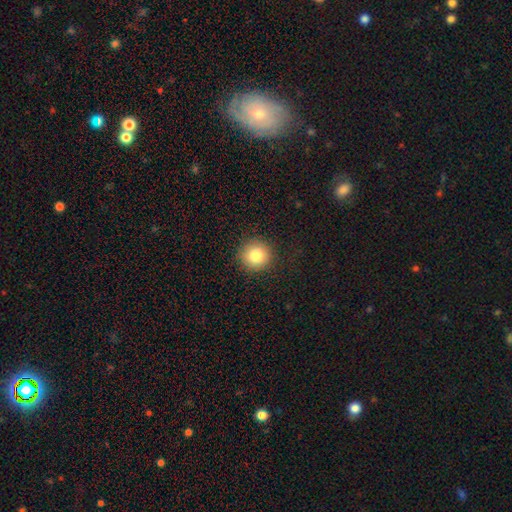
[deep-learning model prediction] Overall: smooth (83%). How rounded: round (93%). Merging: none (91%).